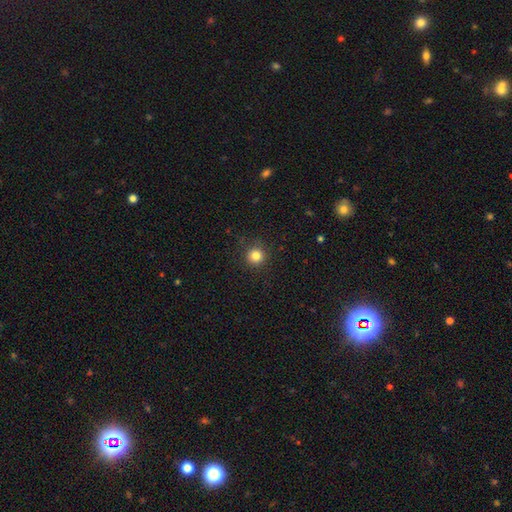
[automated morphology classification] Smooth or featured? Predicted: smooth (p=0.83). How rounded? Predicted: round (p=0.95). Merging? Predicted: none (p=0.89).